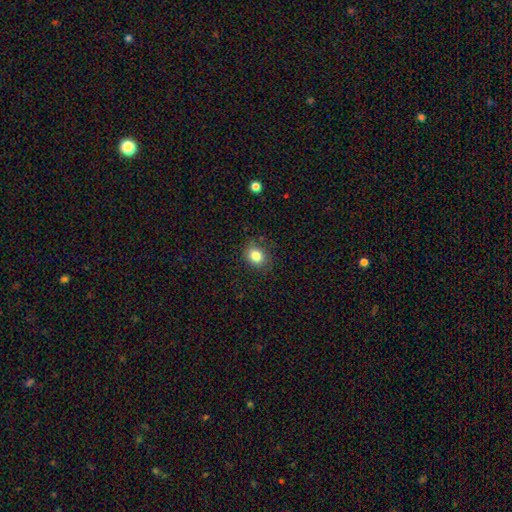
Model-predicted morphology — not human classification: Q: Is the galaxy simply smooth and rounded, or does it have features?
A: smooth — 83%.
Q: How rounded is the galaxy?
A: round — 61%.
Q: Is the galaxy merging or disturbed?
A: none — 80%.